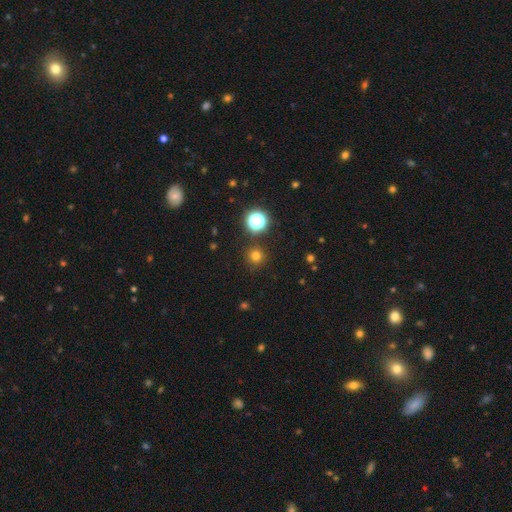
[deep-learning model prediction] A smooth galaxy with no disk features (75%) that is round (95%).

Vote fractions:
- Smooth or featured? smooth: 75% / star or artifact: 20% / featured or disk: 6%
- How rounded? round: 95% / in between: 4% / cigar-shaped: 1%
- Merging? none: 89% / minor disturbance: 6% / merger: 3% / major disturbance: 2%